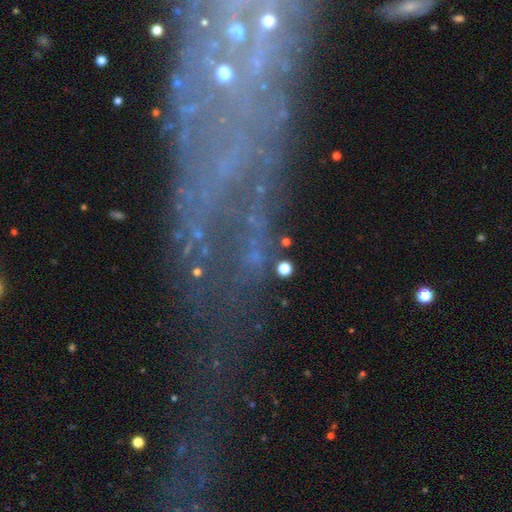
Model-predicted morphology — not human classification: star or artifact 42%, featured or disk 39%, smooth 19%.